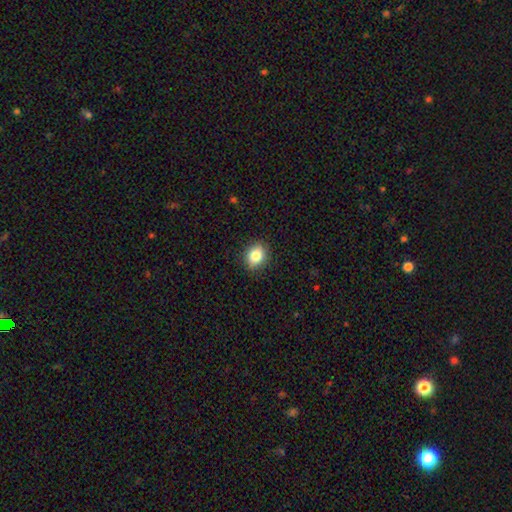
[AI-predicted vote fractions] Smooth or featured? Predicted: smooth (p=0.83). How rounded? Predicted: round (p=0.52). Merging? Predicted: none (p=0.88).